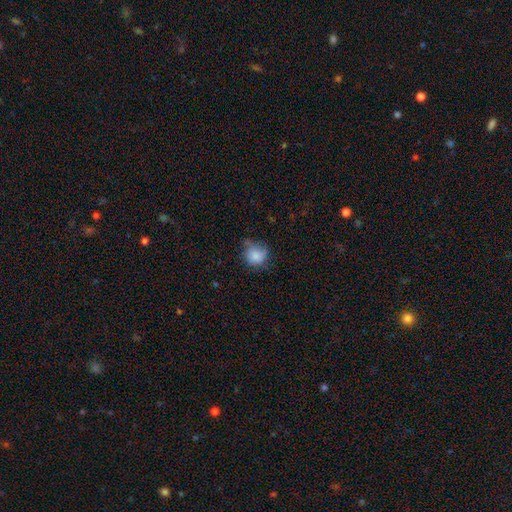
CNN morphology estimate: smooth_or_featured: smooth (p=0.82) [alt: star or artifact p=0.09]
how_rounded: round (p=0.79) [alt: in between p=0.20]
merging: none (p=0.48) [alt: minor disturbance p=0.36]